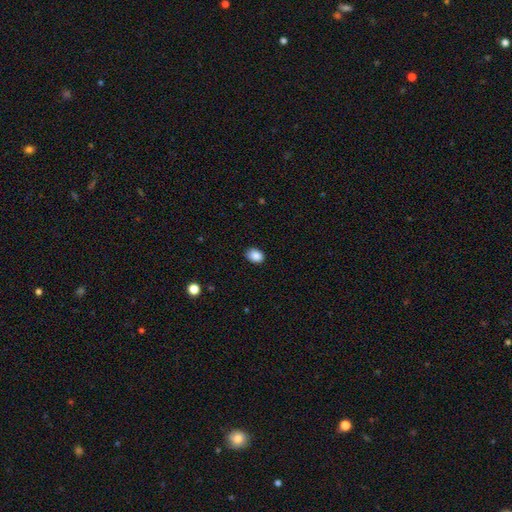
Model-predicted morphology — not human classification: Overall: smooth (88%). How rounded: in between (70%). Merging: none (86%).